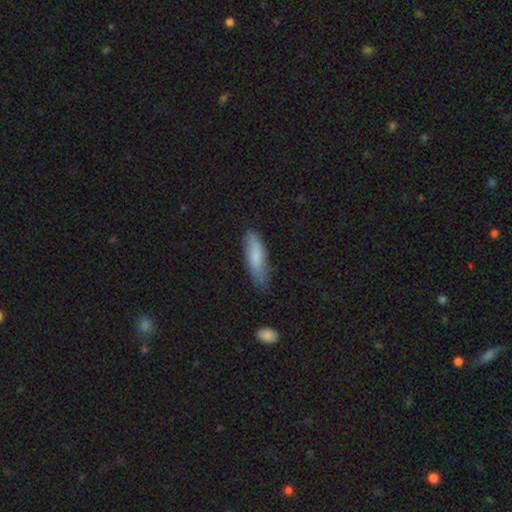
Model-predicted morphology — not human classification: Q: Smooth or featured?
A: smooth (77%); runner-up: featured or disk (17%)
Q: How rounded?
A: cigar-shaped (62%); runner-up: in between (36%)
Q: Merging?
A: none (66%); runner-up: minor disturbance (27%)